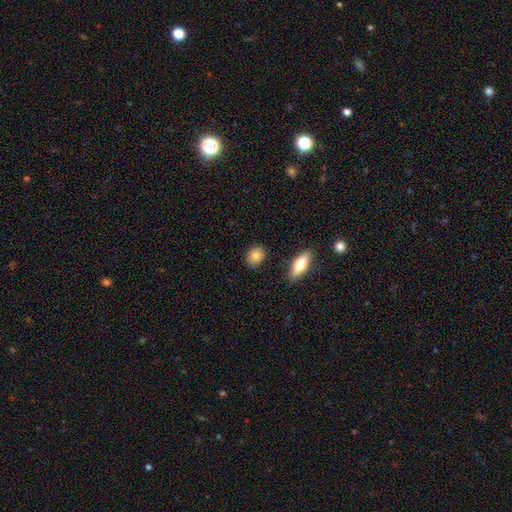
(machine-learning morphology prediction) A smooth galaxy with no disk features (84%) that is round (51%).

Vote fractions:
- Smooth or featured? smooth: 84% / featured or disk: 9% / star or artifact: 7%
- How rounded? round: 51% / in between: 46% / cigar-shaped: 3%
- Merging? none: 85% / minor disturbance: 10% / merger: 2% / major disturbance: 2%